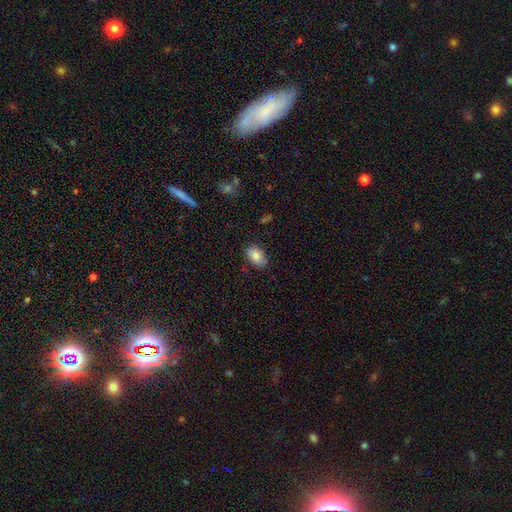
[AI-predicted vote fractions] Q: Smooth or featured?
A: smooth (84%); runner-up: featured or disk (9%)
Q: How rounded?
A: in between (88%); runner-up: round (10%)
Q: Merging?
A: none (78%); runner-up: minor disturbance (17%)